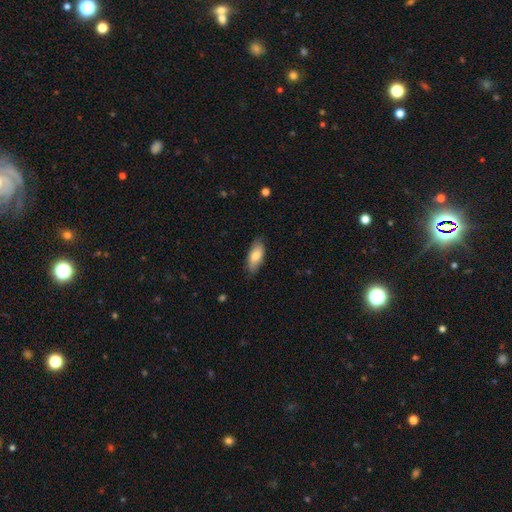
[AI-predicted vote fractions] Smooth or featured: smooth — 79% (featured or disk — 16%)
How rounded: in between — 83% (cigar-shaped — 14%)
Merging: none — 81% (minor disturbance — 15%)